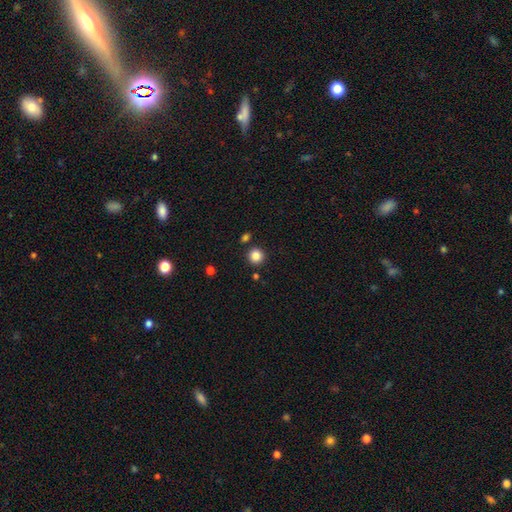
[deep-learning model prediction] A smooth galaxy with no disk features (86%) that is round (94%). Merging: none (87%).